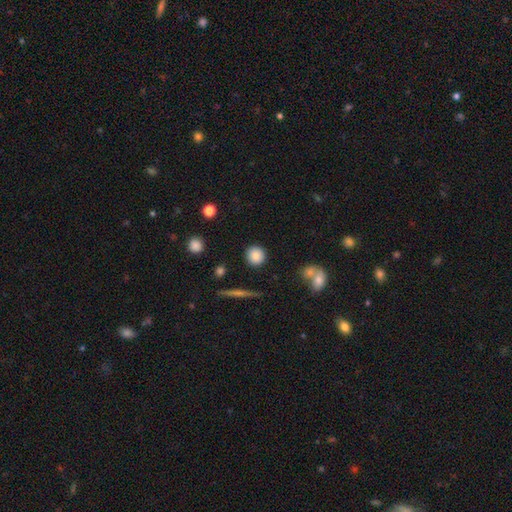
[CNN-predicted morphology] Overall: smooth (82%). How rounded: round (91%). Merging: none (89%).